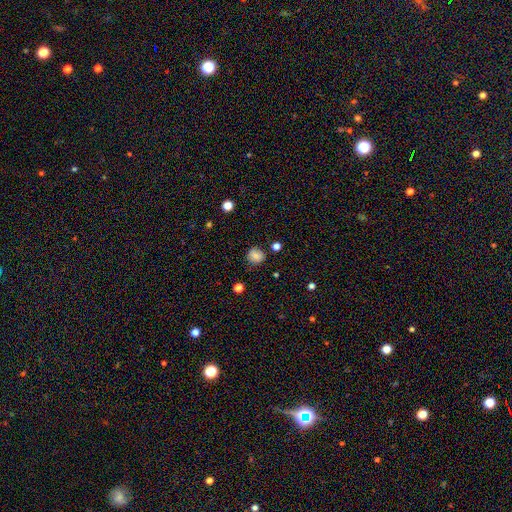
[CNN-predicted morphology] smooth-or-featured: smooth: 76% | featured or disk: 13% | star or artifact: 11%
  how-rounded: round: 84% | in between: 15% | cigar-shaped: 1%
  merging: none: 79% | minor disturbance: 15% | major disturbance: 3% | merger: 2%